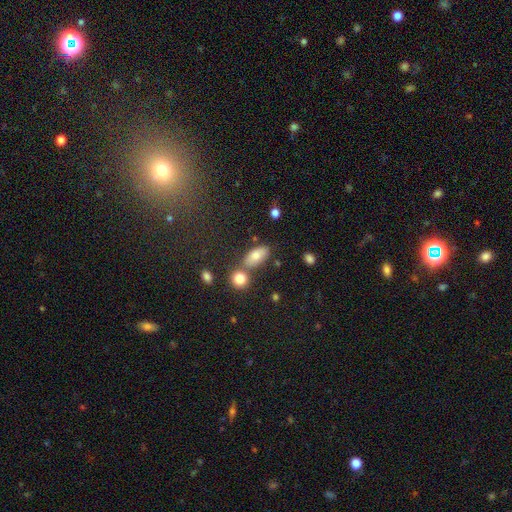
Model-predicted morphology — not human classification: This is likely a smooth galaxy (74%). How rounded: clearly in between (84%). Merging: likely none (69%).